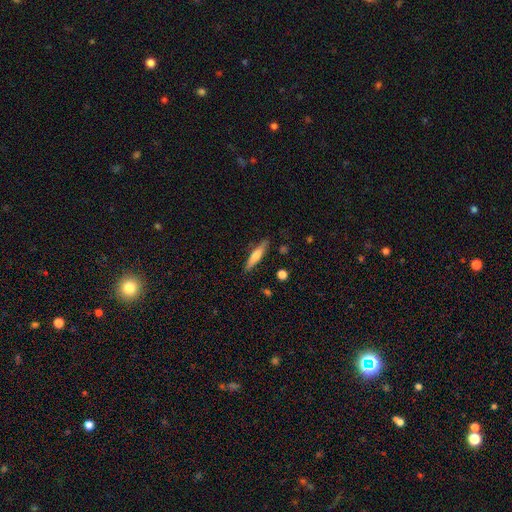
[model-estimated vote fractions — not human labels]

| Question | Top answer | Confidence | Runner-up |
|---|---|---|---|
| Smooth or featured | smooth | 54% | featured or disk (40%) |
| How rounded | cigar-shaped | 86% | in between (13%) |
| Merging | none | 85% | minor disturbance (11%) |